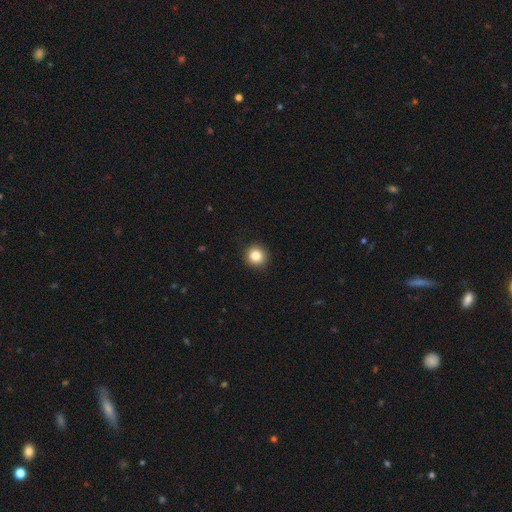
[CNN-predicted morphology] Smooth or featured: smooth — 85% (star or artifact — 10%)
How rounded: round — 93% (in between — 6%)
Merging: none — 92% (minor disturbance — 5%)